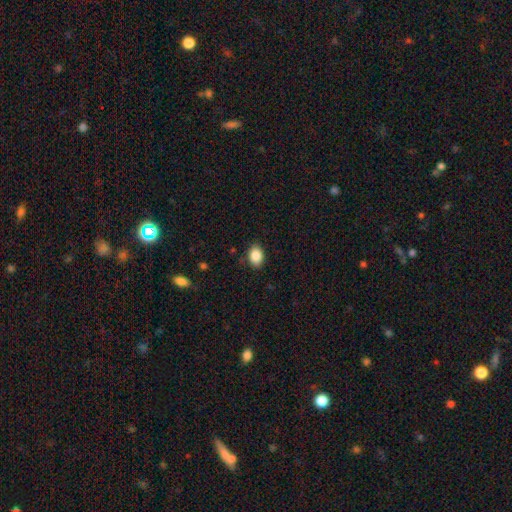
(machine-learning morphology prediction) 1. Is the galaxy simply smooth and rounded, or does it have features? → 87% smooth, 8% star or artifact, 5% featured or disk.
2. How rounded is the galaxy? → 78% in between, 21% round, 1% cigar-shaped.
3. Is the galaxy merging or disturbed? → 86% none, 10% minor disturbance, 2% major disturbance, 1% merger.